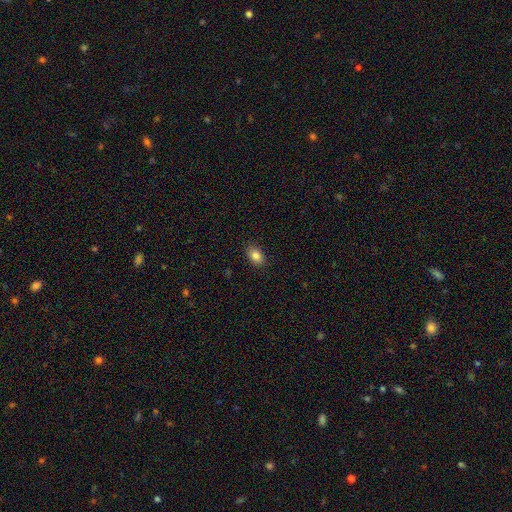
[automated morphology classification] smooth_or_featured: smooth (p=0.84) [alt: star or artifact p=0.09]
how_rounded: in between (p=0.80) [alt: round p=0.18]
merging: none (p=0.89) [alt: minor disturbance p=0.08]